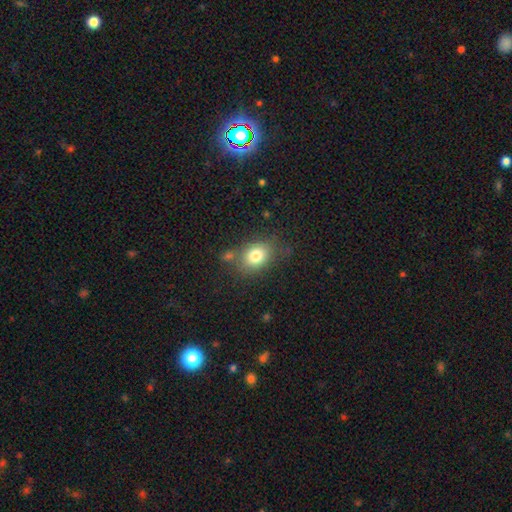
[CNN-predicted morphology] Smooth or featured: smooth — 80% (featured or disk — 10%)
How rounded: in between — 66% (round — 33%)
Merging: none — 70% (minor disturbance — 17%)